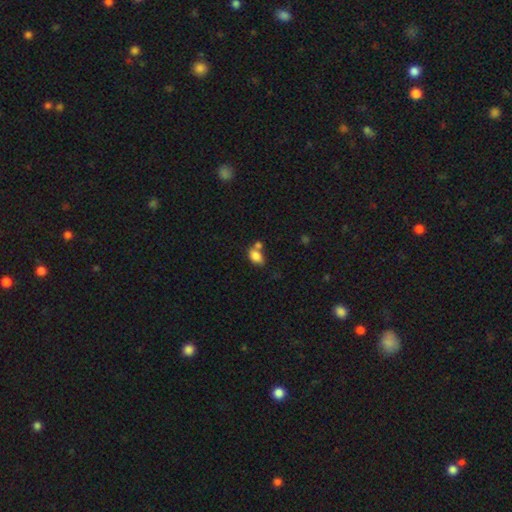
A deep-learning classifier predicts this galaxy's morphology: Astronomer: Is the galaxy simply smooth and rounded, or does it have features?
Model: smooth — 82%.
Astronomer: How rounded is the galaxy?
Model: in between — 83%.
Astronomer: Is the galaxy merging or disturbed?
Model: none — 42% (runner-up: merger, 36%).